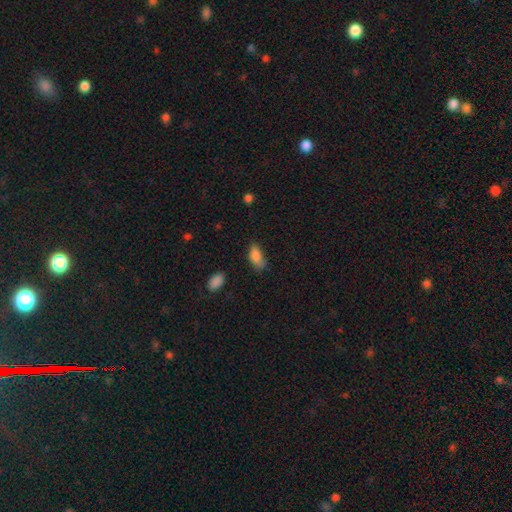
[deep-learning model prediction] Q: Smooth or featured?
A: smooth (84%); runner-up: star or artifact (8%)
Q: How rounded?
A: in between (89%); runner-up: cigar-shaped (8%)
Q: Merging?
A: none (54%); runner-up: minor disturbance (34%)